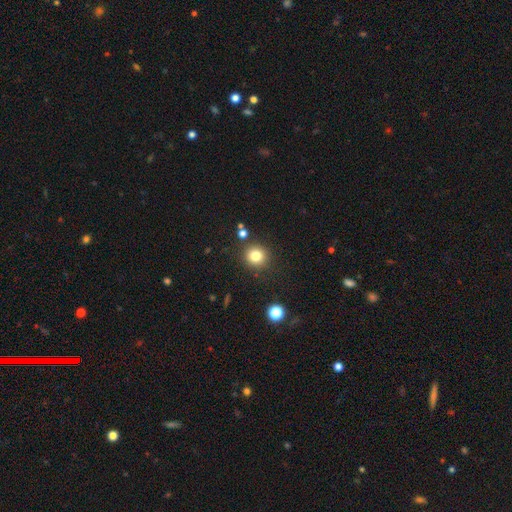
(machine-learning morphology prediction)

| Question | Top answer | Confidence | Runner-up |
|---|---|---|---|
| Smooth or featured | smooth | 75% | star or artifact (19%) |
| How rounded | round | 94% | in between (5%) |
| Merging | none | 88% | minor disturbance (6%) |